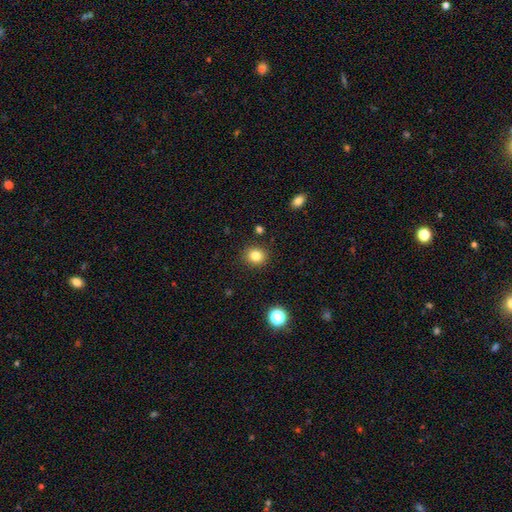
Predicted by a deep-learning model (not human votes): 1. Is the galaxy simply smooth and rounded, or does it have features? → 82% smooth, 12% star or artifact, 6% featured or disk.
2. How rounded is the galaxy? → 79% round, 20% in between, 1% cigar-shaped.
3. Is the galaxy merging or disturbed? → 90% none, 7% minor disturbance, 2% major disturbance, 2% merger.